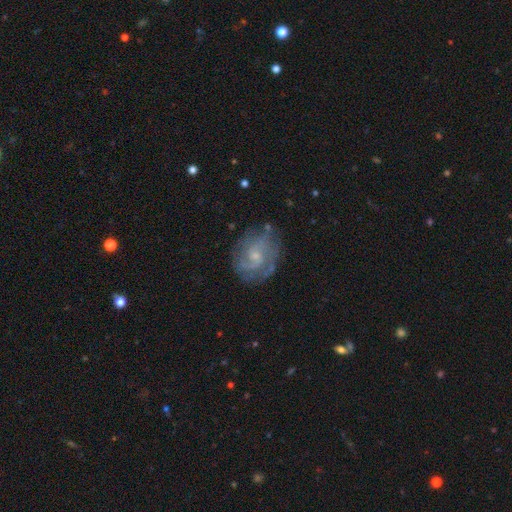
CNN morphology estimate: A featured or disk galaxy (78%) with no bar (60%), 2 (42%) tight (44%) spiral arms (90%) and a small central bulge (70%).

Vote fractions:
- Smooth or featured? featured or disk: 78% / smooth: 15% / star or artifact: 7%
- Edge-on disk? no: 98% / yes: 2%
- Bar? no: 60% / weak: 35% / strong: 5%
- Spiral arms? yes: 90% / no: 10%
- Spiral winding? tight: 44% / medium: 42% / loose: 14%
- Spiral arm count? 2: 42% / can't tell: 29% / 3: 15% / 4: 5% / 1: 5% / more than 4: 4%
- Bulge size? small: 70% / moderate: 23% / none: 5% / large: 1% / dominant: 1%
- Merging? none: 71% / minor disturbance: 19% / major disturbance: 8% / merger: 2%